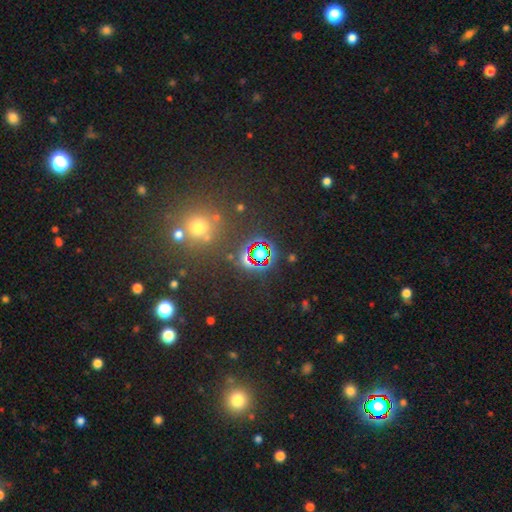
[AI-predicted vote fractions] Smooth or featured: star or artifact — 68% (smooth — 21%)